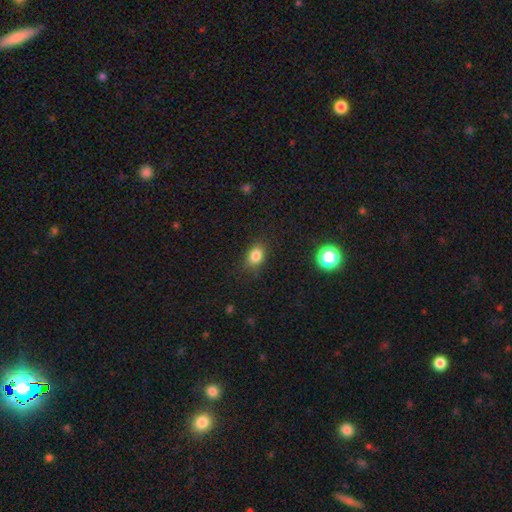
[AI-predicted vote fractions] smooth_or_featured: smooth (p=0.83) [alt: star or artifact p=0.12]
how_rounded: in between (p=0.66) [alt: round p=0.33]
merging: none (p=0.82) [alt: minor disturbance p=0.13]